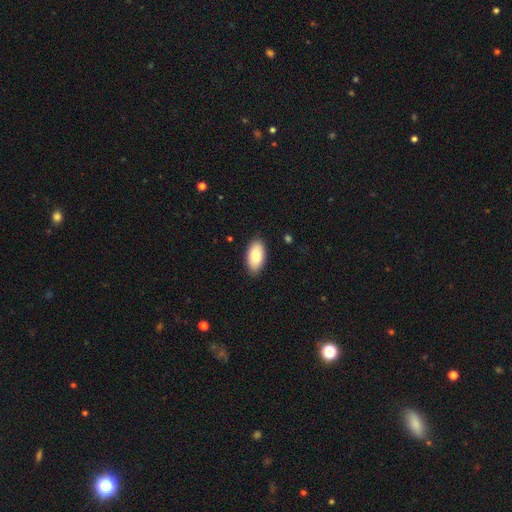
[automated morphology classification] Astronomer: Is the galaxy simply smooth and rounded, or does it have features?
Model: smooth — 81%.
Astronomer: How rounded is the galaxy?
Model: in between — 95%.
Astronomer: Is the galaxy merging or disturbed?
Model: none — 87%.